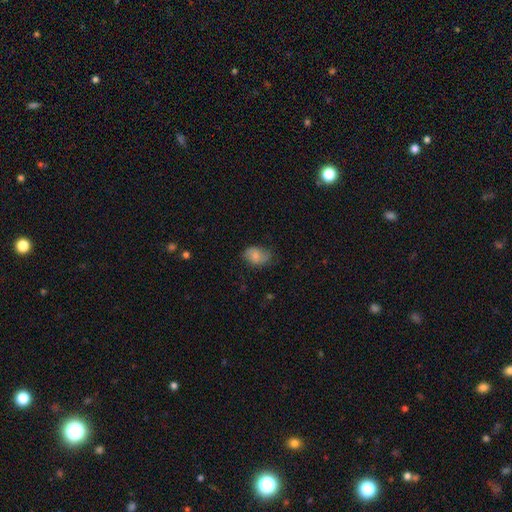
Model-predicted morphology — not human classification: This appears to be a smooth galaxy with no disk features (70%) that is in between round and cigar-shaped (80%). Merging: none (64%).